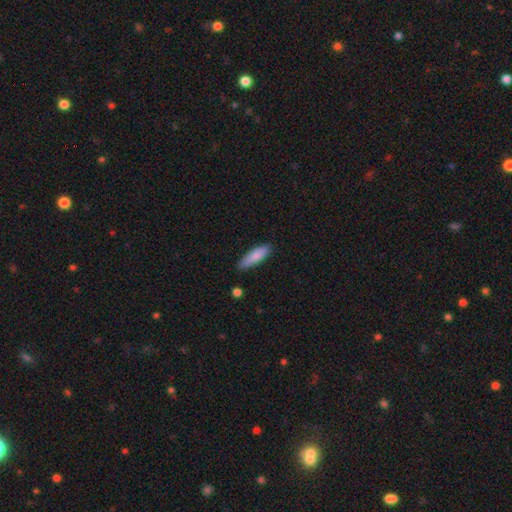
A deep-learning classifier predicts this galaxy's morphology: smooth_or_featured: smooth (p=0.83) [alt: featured or disk p=0.11]
how_rounded: cigar-shaped (p=0.56) [alt: in between p=0.43]
merging: none (p=0.80) [alt: minor disturbance p=0.16]